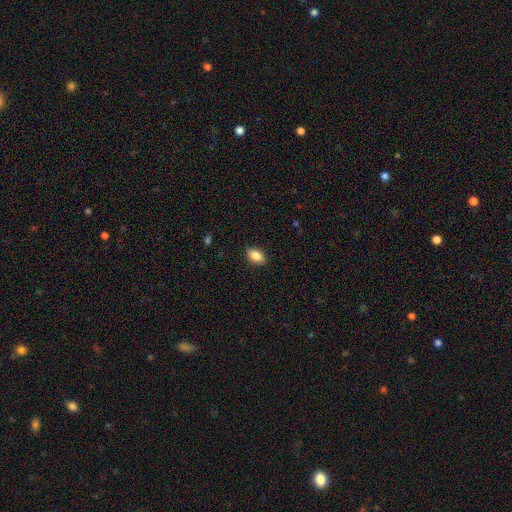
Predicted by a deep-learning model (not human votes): Morphology: type=smooth (85%); roundness=in between (88%); merging=none (88%).